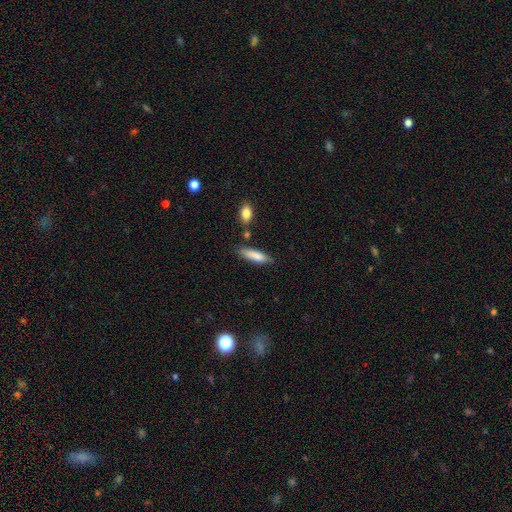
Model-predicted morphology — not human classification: The model was most divided on "how rounded": cigar-shaped: 61%, in between: 37%, round: 2%. More confident: smooth or featured — smooth (82%); merging — none (74%).